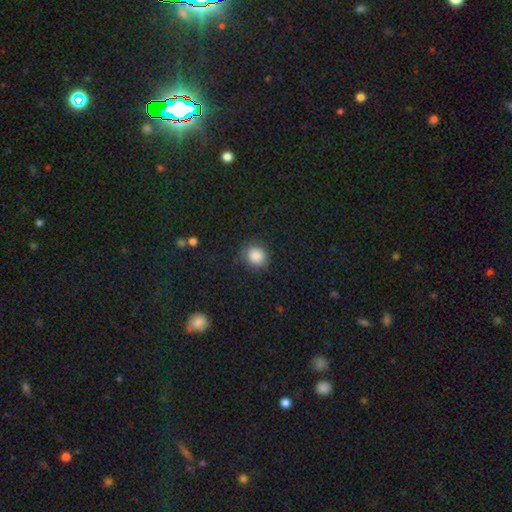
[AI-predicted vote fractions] Smooth or featured? Predicted: smooth (p=0.86). How rounded? Predicted: round (p=0.86). Merging? Predicted: none (p=0.82).